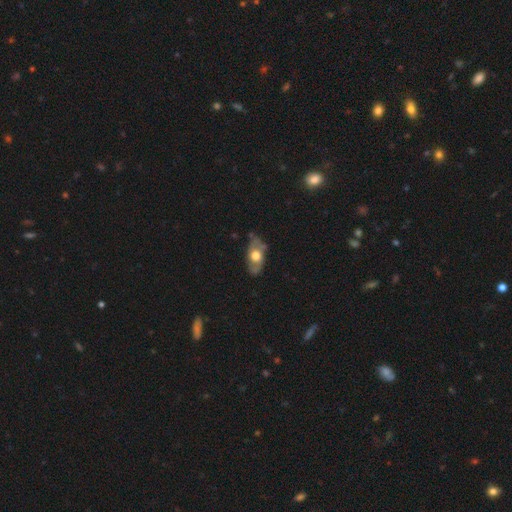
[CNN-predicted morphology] Overall: featured or disk (53%; smooth 42%). Edge-on disk: no (76%). Merging: none (71%).